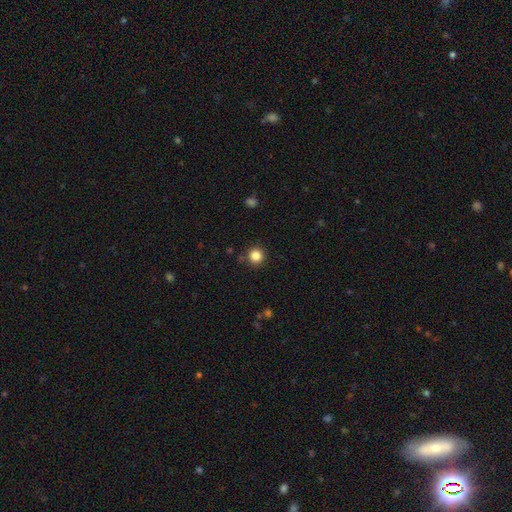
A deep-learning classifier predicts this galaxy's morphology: A smooth galaxy with no disk features (84%) that is round (95%). Merging: none (89%).